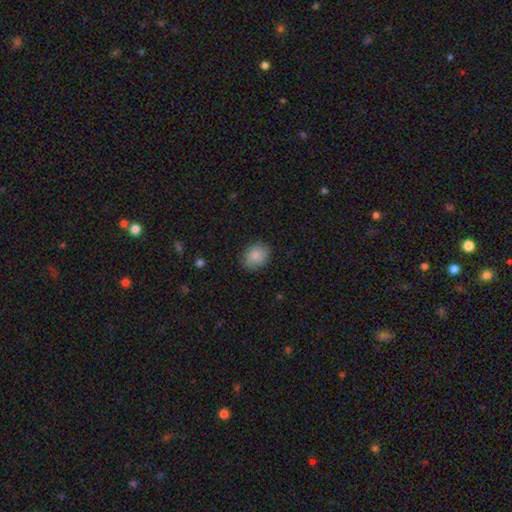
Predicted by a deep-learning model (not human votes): Q: Smooth or featured?
A: smooth (87%); runner-up: star or artifact (7%)
Q: How rounded?
A: round (51%); runner-up: in between (48%)
Q: Merging?
A: none (86%); runner-up: minor disturbance (10%)